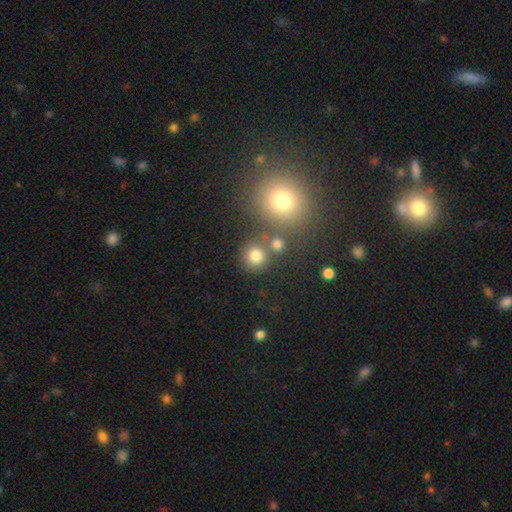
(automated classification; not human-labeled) smooth-or-featured: smooth: 77% | star or artifact: 16% | featured or disk: 7%
  how-rounded: round: 89% | in between: 10% | cigar-shaped: 1%
  merging: none: 72% | merger: 16% | minor disturbance: 8% | major disturbance: 4%